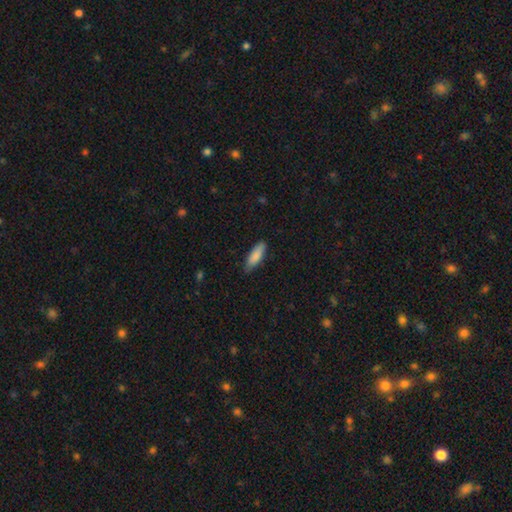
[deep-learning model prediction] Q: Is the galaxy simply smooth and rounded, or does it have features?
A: smooth — 86%.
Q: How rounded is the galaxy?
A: in between — 54%.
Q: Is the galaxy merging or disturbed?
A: none — 82%.